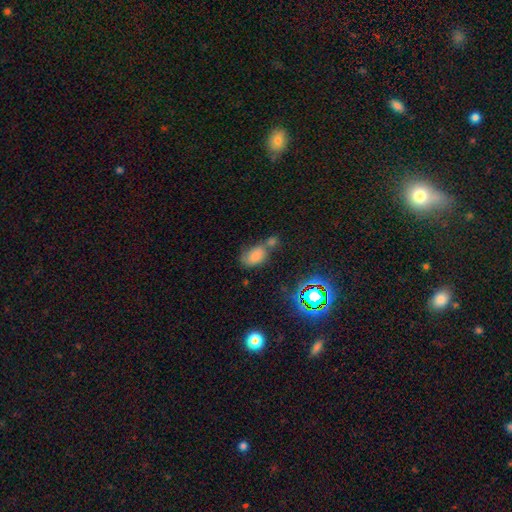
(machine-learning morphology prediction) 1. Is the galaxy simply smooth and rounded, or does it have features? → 72% smooth, 18% star or artifact, 10% featured or disk.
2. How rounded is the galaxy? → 88% in between, 10% round, 2% cigar-shaped.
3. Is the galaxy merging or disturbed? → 38% merger, 36% none, 17% minor disturbance, 9% major disturbance.